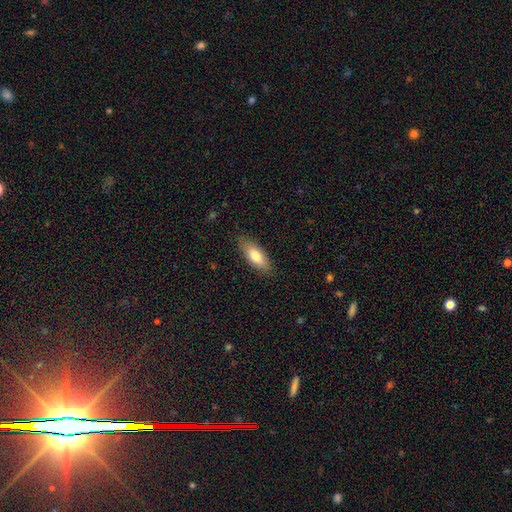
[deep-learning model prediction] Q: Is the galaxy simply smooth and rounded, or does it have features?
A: smooth — 76%.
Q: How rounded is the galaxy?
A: in between — 71%.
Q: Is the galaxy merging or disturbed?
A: none — 85%.